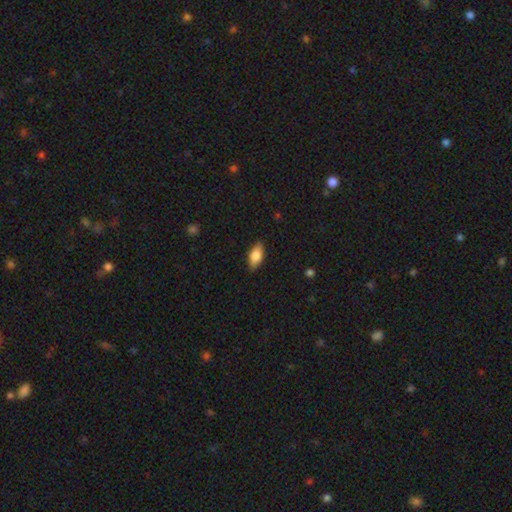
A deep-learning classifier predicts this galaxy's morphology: A smooth galaxy with no disk features (80%) that is in between round and cigar-shaped (87%). Merging: none (86%).